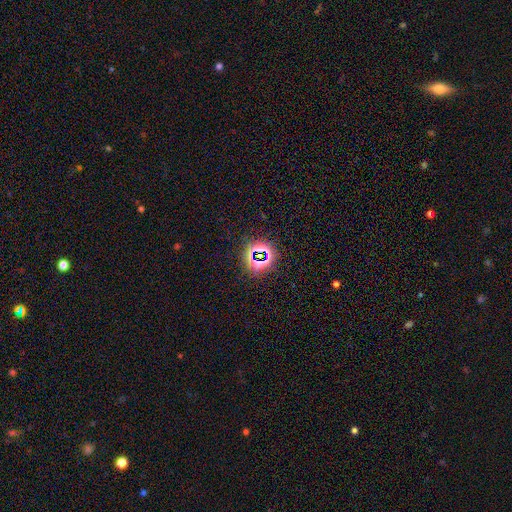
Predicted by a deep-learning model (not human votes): star or artifact 72%, smooth 19%, featured or disk 9%.